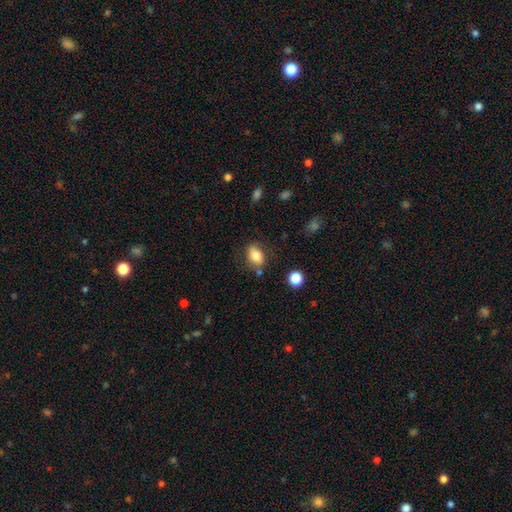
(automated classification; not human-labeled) Smooth or featured?
  - smooth: 78% *
  - featured or disk: 14%
  - star or artifact: 8%
How rounded?
  - in between: 83% *
  - round: 14%
  - cigar-shaped: 3%
Merging?
  - none: 73% *
  - minor disturbance: 16%
  - merger: 6%
  - major disturbance: 5%